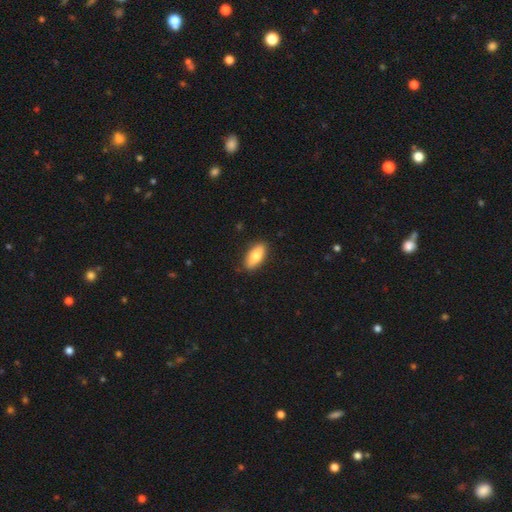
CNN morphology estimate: smooth_or_featured: smooth (p=0.77) [alt: featured or disk p=0.17]
how_rounded: in between (p=0.83) [alt: cigar-shaped p=0.14]
merging: none (p=0.87) [alt: minor disturbance p=0.10]